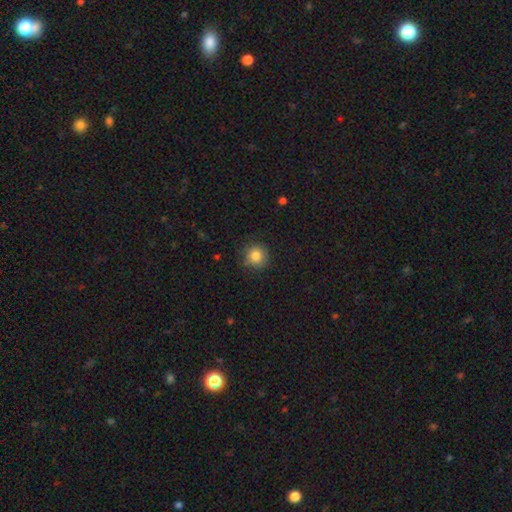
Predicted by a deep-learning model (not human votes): Q: Smooth or featured?
A: smooth (82%); runner-up: star or artifact (11%)
Q: How rounded?
A: round (93%); runner-up: in between (6%)
Q: Merging?
A: none (85%); runner-up: minor disturbance (11%)